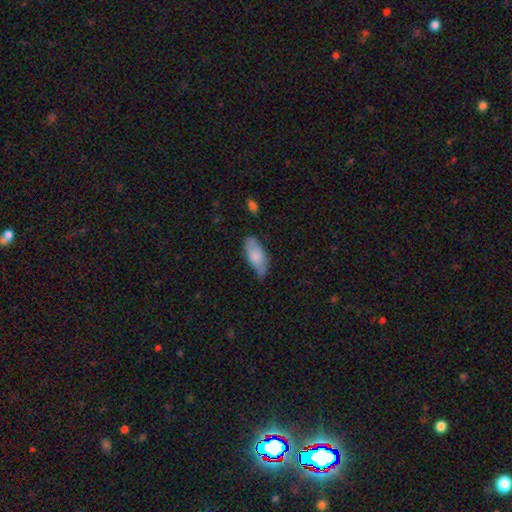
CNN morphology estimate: Smooth or featured? smooth (76%)
How rounded? in between (83%)
Merging? none (60%)